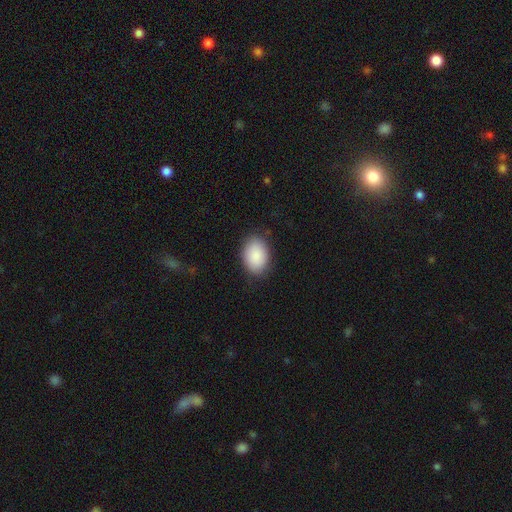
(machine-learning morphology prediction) smooth-or-featured: smooth: 90% | star or artifact: 6% | featured or disk: 4%
  how-rounded: in between: 84% | round: 15% | cigar-shaped: 1%
  merging: none: 85% | minor disturbance: 11% | major disturbance: 3% | merger: 1%